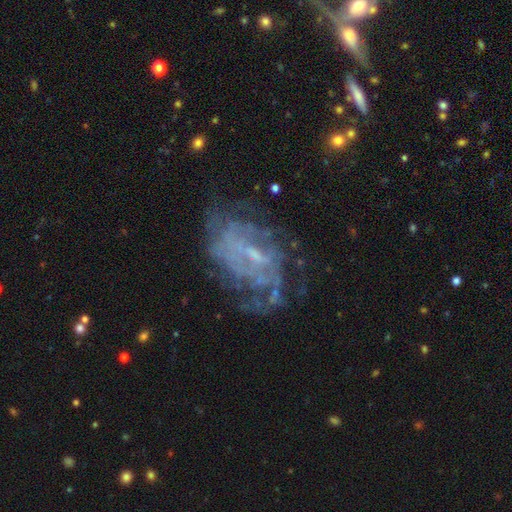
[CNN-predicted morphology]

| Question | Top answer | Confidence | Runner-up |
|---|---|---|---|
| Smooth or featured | featured or disk | 76% | smooth (13%) |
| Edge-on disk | no | 96% | yes (4%) |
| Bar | weak | 46% | no (42%) |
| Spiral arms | yes | 70% | no (30%) |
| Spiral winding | tight | 46% | medium (35%) |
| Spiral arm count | can't tell | 59% | 2 (14%) |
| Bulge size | small | 51% | none (23%) |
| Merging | none | 53% | major disturbance (22%) |